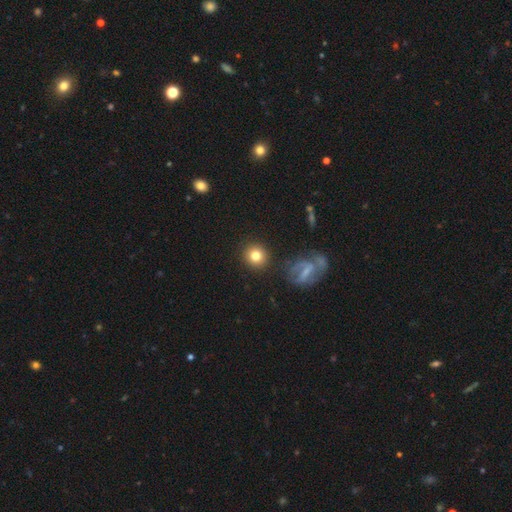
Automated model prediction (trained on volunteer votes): A smooth galaxy with no disk features (77%) that is round (90%).

Vote fractions:
- Smooth or featured? smooth: 77% / featured or disk: 12% / star or artifact: 11%
- How rounded? round: 90% / in between: 9% / cigar-shaped: 1%
- Merging? none: 87% / minor disturbance: 7% / merger: 3% / major disturbance: 3%